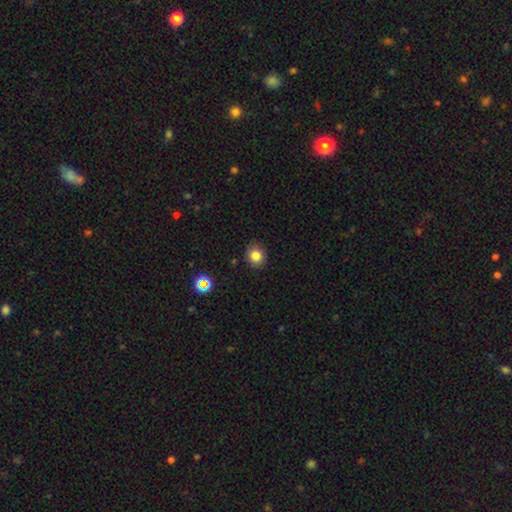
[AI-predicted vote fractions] Overall: smooth (80%). How rounded: round (75%). Merging: none (85%).